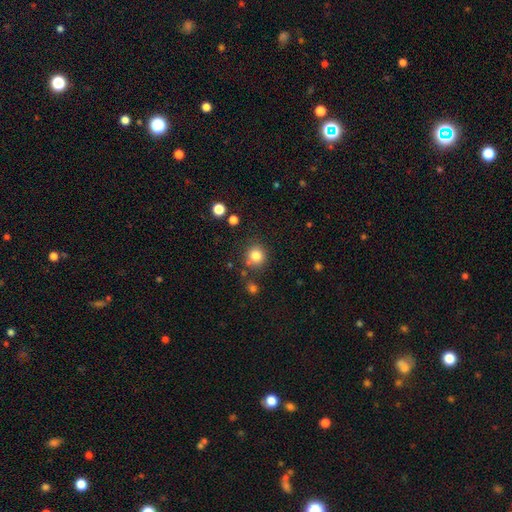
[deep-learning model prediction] This appears to be a smooth galaxy with no disk features (82%) that is round (90%). Merging: none (79%).